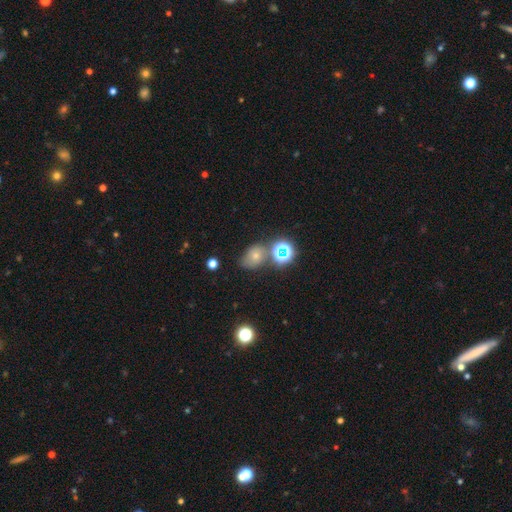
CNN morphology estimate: Smooth or featured? smooth (58%)
How rounded? in between (62%)
Merging? none (56%)